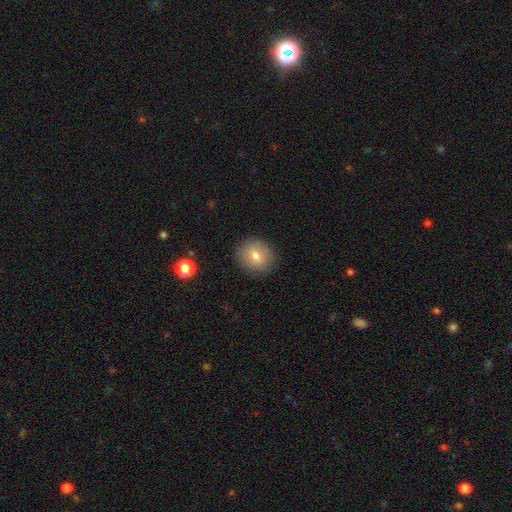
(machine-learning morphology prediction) smooth-or-featured: smooth: 74% | featured or disk: 16% | star or artifact: 10%
  how-rounded: round: 76% | in between: 23% | cigar-shaped: 1%
  merging: none: 89% | minor disturbance: 8% | major disturbance: 2% | merger: 1%